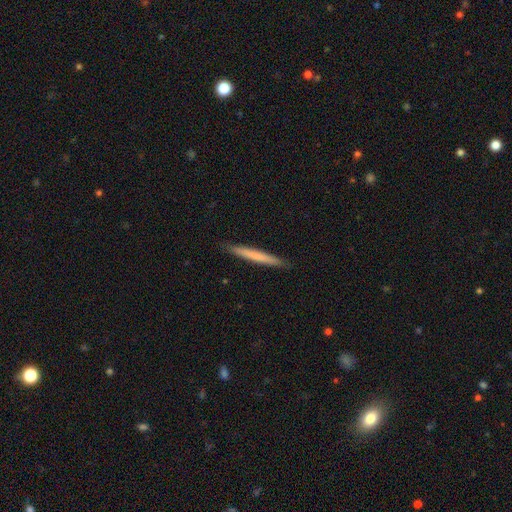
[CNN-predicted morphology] smooth_or_featured: smooth (p=0.66) [alt: featured or disk p=0.28]
how_rounded: cigar-shaped (p=0.97) [alt: in between p=0.02]
merging: none (p=0.91) [alt: minor disturbance p=0.07]